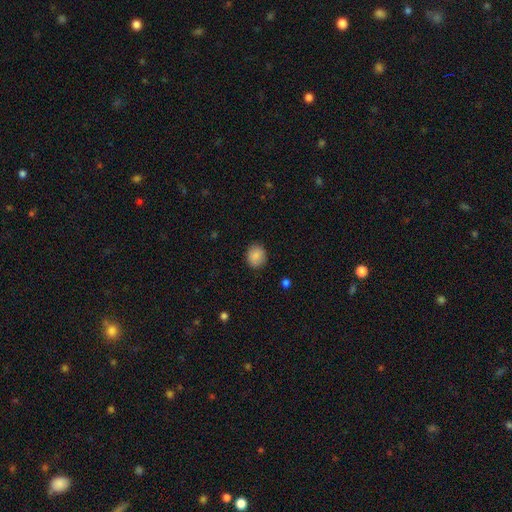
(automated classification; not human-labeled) smooth-or-featured: smooth: 87% | star or artifact: 8% | featured or disk: 5%
  how-rounded: round: 71% | in between: 28% | cigar-shaped: 1%
  merging: none: 87% | minor disturbance: 10% | major disturbance: 3% | merger: 1%